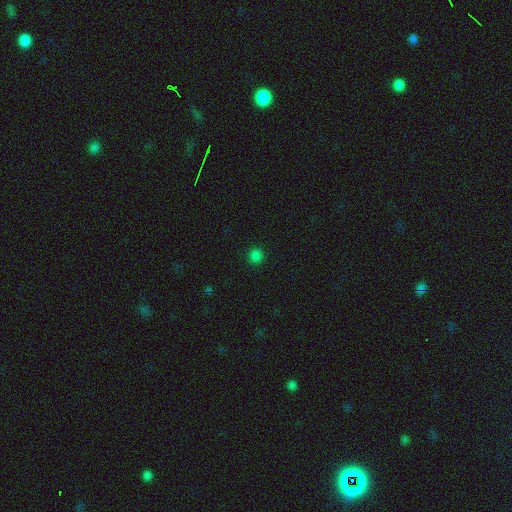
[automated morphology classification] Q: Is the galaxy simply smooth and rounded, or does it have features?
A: smooth — 81%.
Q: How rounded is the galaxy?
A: round — 92%.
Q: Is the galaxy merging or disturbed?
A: none — 92%.